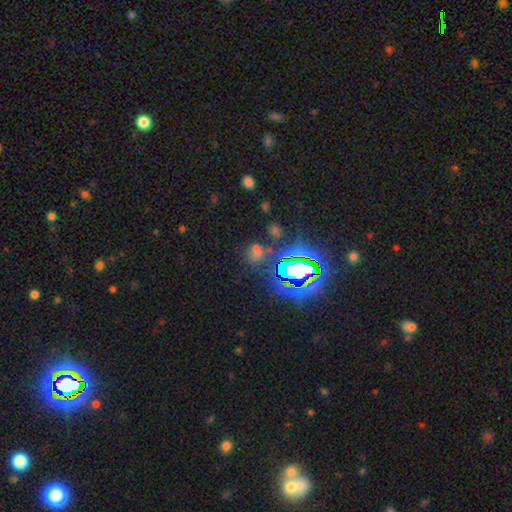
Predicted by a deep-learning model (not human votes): Smooth or featured: star or artifact — 60% (smooth — 31%)